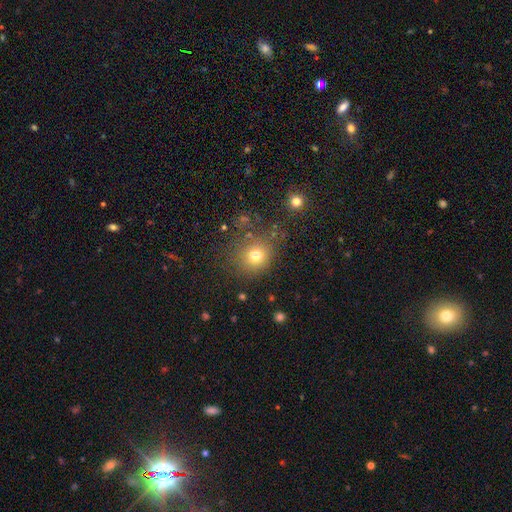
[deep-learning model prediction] The model was most divided on "smooth or featured": smooth: 75%, star or artifact: 17%, featured or disk: 8%. More confident: how rounded — round (85%); merging — none (77%).